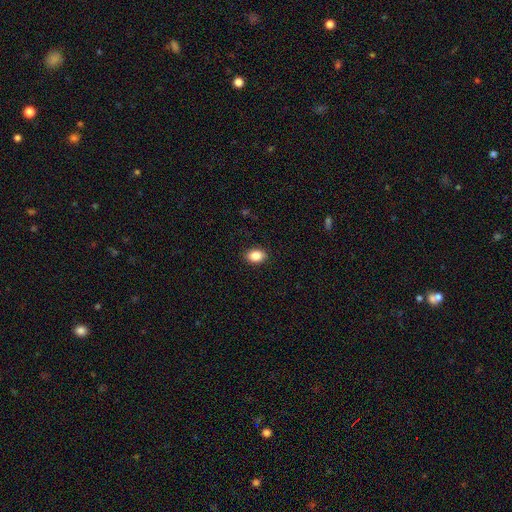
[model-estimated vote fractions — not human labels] Smooth or featured? Predicted: smooth (p=0.87). How rounded? Predicted: in between (p=0.82). Merging? Predicted: none (p=0.89).